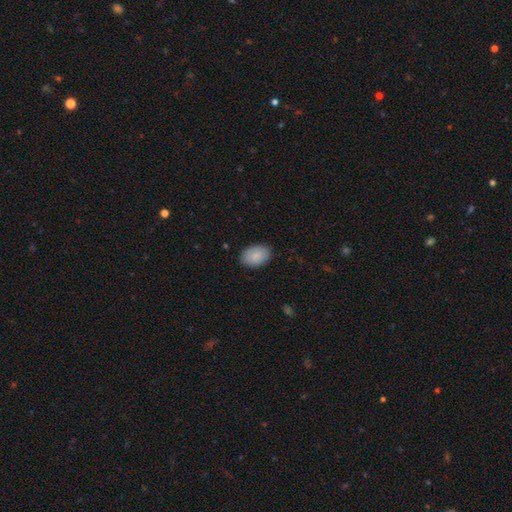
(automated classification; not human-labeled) A smooth galaxy with no disk features (87%) that is in between round and cigar-shaped (86%). Merging: none (87%).